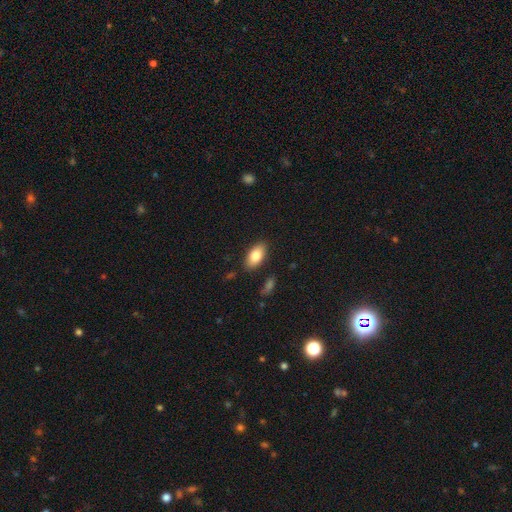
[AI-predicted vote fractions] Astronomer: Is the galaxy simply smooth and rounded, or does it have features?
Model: smooth — 82%.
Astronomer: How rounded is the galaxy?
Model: in between — 92%.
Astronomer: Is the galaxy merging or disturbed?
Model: none — 85%.